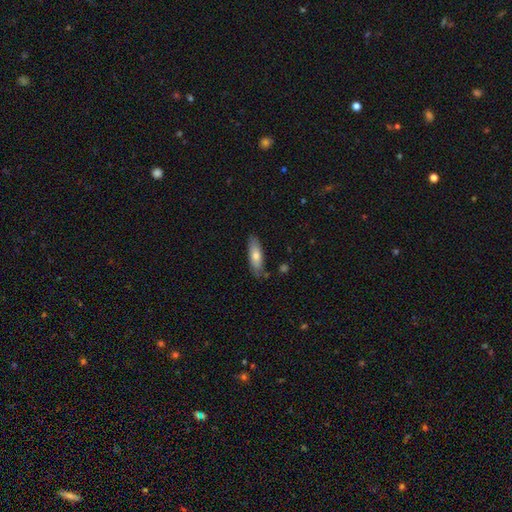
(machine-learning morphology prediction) Smooth or featured: smooth — 72% (featured or disk — 22%)
How rounded: in between — 56% (cigar-shaped — 42%)
Merging: none — 78% (minor disturbance — 16%)